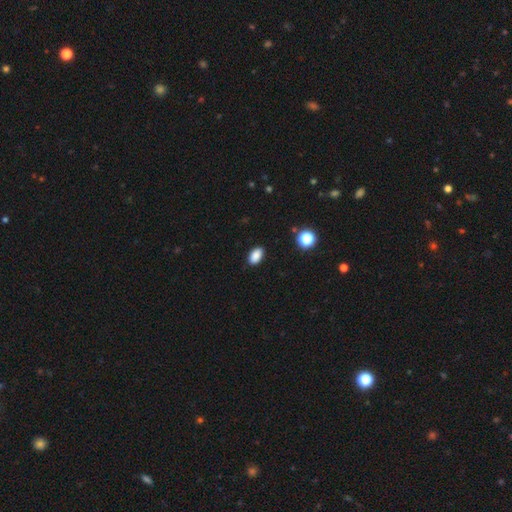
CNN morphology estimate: smooth_or_featured: smooth (p=0.87) [alt: star or artifact p=0.10]
how_rounded: in between (p=0.91) [alt: round p=0.07]
merging: none (p=0.88) [alt: minor disturbance p=0.09]